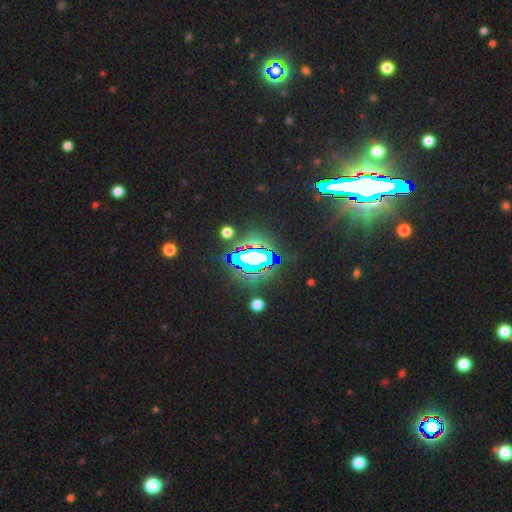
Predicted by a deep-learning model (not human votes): Smooth or featured: star or artifact — 68% (smooth — 19%)